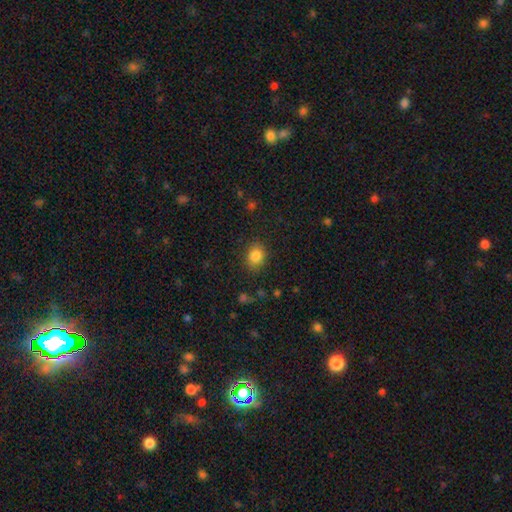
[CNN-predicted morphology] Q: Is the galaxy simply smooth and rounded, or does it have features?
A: smooth — 84%.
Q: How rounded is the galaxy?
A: round — 57%.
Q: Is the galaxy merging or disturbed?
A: none — 84%.